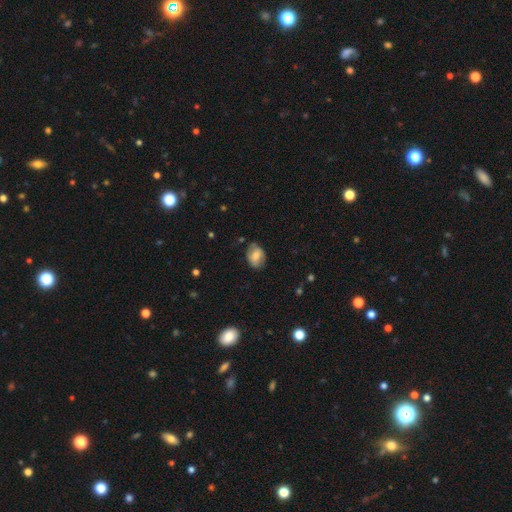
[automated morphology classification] Smooth or featured? Predicted: smooth (p=0.62). How rounded? Predicted: in between (p=0.73). Merging? Predicted: none (p=0.73).